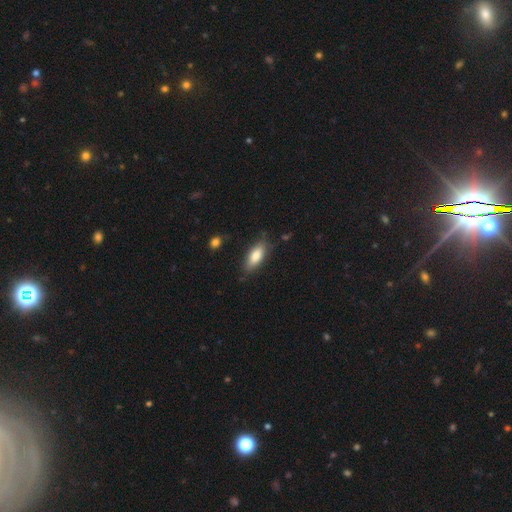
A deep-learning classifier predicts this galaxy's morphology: This appears to be a smooth galaxy with no disk features (81%) that is in between round and cigar-shaped (78%). Merging: none (78%).